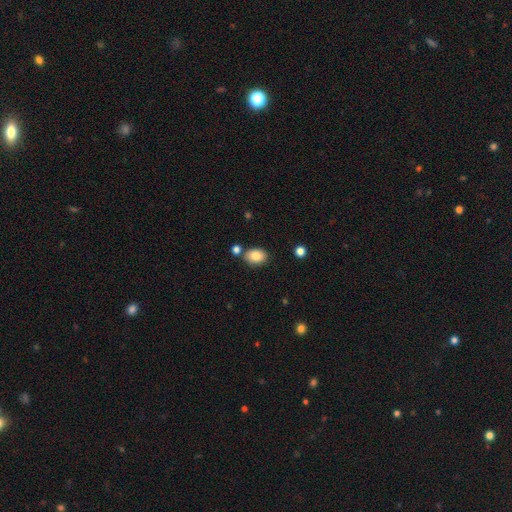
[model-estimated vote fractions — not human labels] The model was most divided on "how rounded": in between: 78%, round: 21%, cigar-shaped: 1%. More confident: smooth or featured — smooth (84%); merging — none (75%).